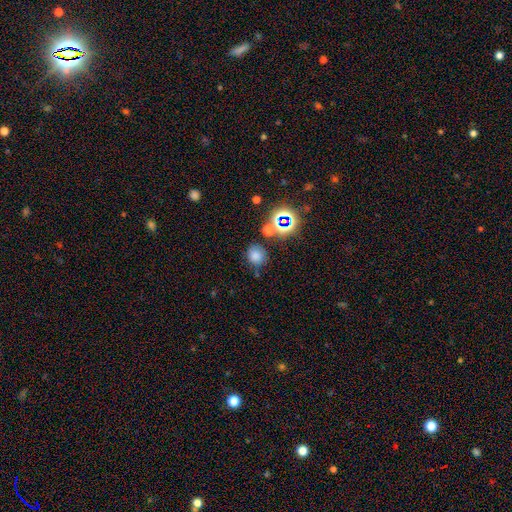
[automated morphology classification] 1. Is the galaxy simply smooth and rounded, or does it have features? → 71% smooth, 21% star or artifact, 8% featured or disk.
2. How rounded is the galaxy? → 80% round, 19% in between, 1% cigar-shaped.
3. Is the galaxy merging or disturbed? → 71% none, 14% minor disturbance, 10% merger, 5% major disturbance.